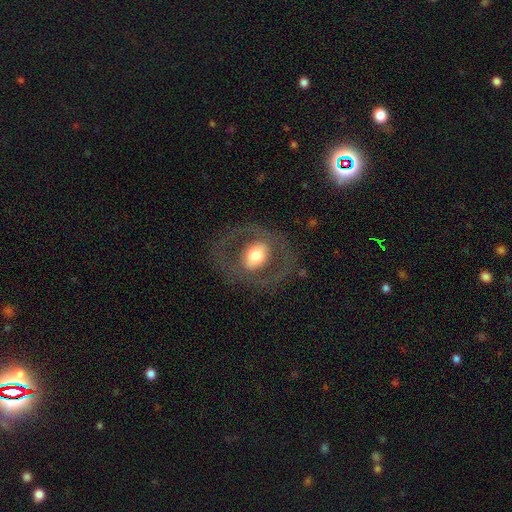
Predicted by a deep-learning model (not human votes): The model was most divided on "smooth or featured": featured or disk: 53%, smooth: 40%, star or artifact: 7%. More confident: edge-on disk — no (93%); merging — none (75%).